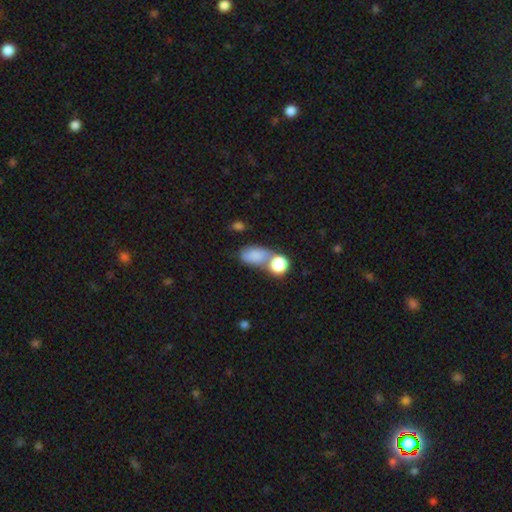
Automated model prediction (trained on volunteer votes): smooth-or-featured: smooth: 81% | featured or disk: 10% | star or artifact: 9%
  how-rounded: in between: 81% | round: 15% | cigar-shaped: 4%
  merging: merger: 44% | none: 32% | minor disturbance: 14% | major disturbance: 9%